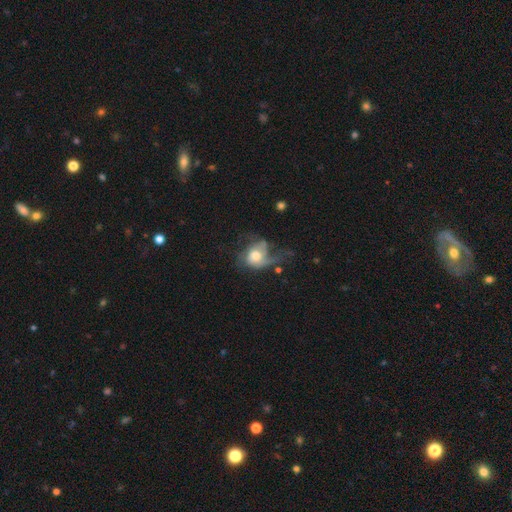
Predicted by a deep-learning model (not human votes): Smooth or featured?
  - featured or disk: 53% *
  - smooth: 39%
  - star or artifact: 8%
Edge-on disk?
  - no: 97% *
  - yes: 3%
Bar?
  - no: 76% *
  - weak: 20%
  - strong: 4%
Spiral arms?
  - yes: 72% *
  - no: 28%
Bulge size?
  - moderate: 59% *
  - large: 25%
  - small: 11%
  - dominant: 3%
  - none: 3%
Merging?
  - major disturbance: 46% *
  - none: 28%
  - minor disturbance: 21%
  - merger: 5%